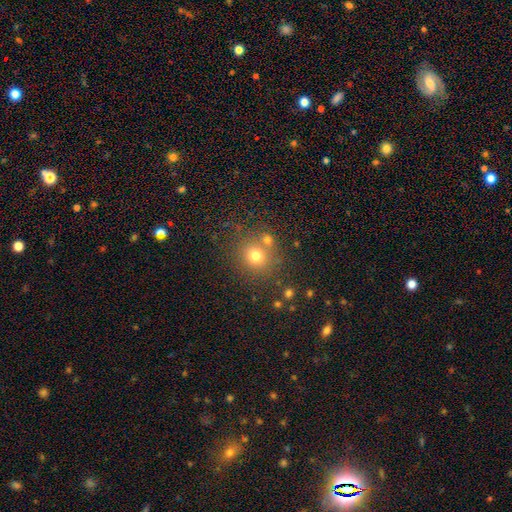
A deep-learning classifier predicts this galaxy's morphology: Smooth or featured? smooth (73%)
How rounded? round (87%)
Merging? none (70%)